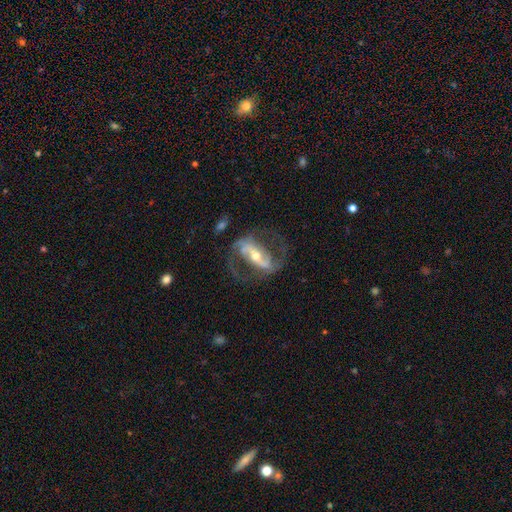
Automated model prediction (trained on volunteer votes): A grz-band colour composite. It shows a featured or disk galaxy (88%) with a strong bar (59%), 2 (91%) medium (51%) spiral arms (94%) and a moderate central bulge (54%). Merging: none (71%).